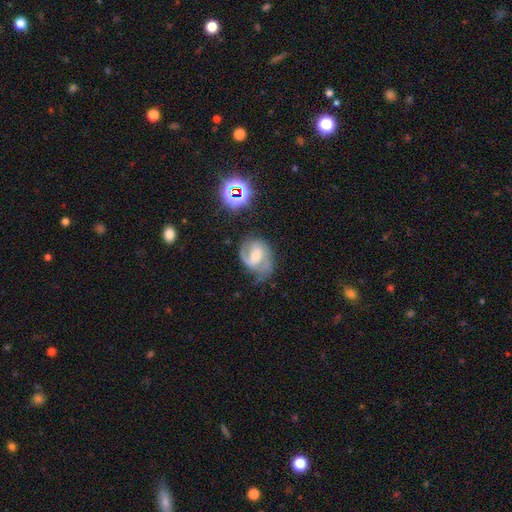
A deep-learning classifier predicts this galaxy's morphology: smooth_or_featured: featured or disk (p=0.81) [alt: smooth p=0.12]
disk_edge_on: no (p=0.98) [alt: yes p=0.02]
bar: weak (p=0.53) [alt: no p=0.26]
has_spiral_arms: yes (p=0.95) [alt: no p=0.05]
spiral_winding: medium (p=0.52) [alt: tight p=0.28]
spiral_arm_count: 2 (p=0.75) [alt: 1 p=0.12]
bulge_size: moderate (p=0.54) [alt: small p=0.35]
merging: none (p=0.57) [alt: minor disturbance p=0.25]